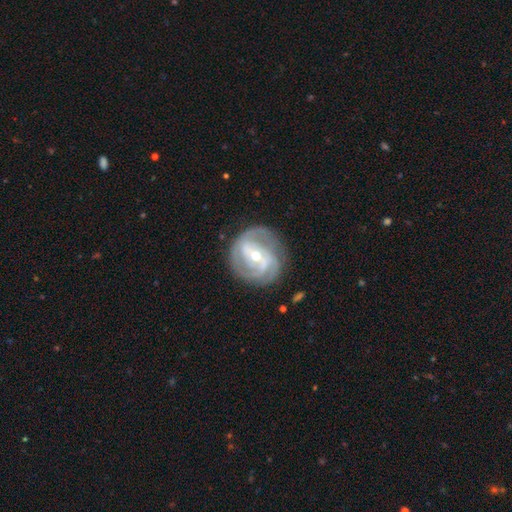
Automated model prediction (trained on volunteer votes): This is clearly a featured or disk galaxy (89%). It is clearly not viewed edge-on (97%). Bar: marginally weak (42%). Spiral arm pattern: clearly yes (97%). Spiral arm count: marginally 3 (39%). Spiral winding: possibly tight (53%). Central bulge: possibly moderate (52%). Merging: likely none (77%).